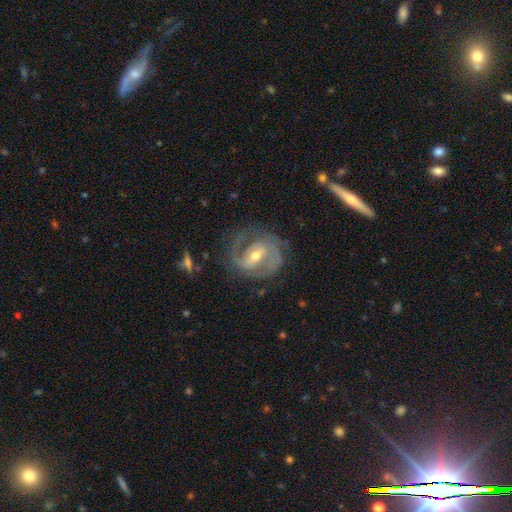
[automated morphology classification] Smooth or featured? featured or disk (88%)
Edge-on disk? no (97%)
Bar? weak (45%)
Spiral arms? yes (96%)
Spiral winding? medium (45%)
Spiral arm count? 2 (64%)
Bulge size? moderate (60%)
Merging? none (70%)